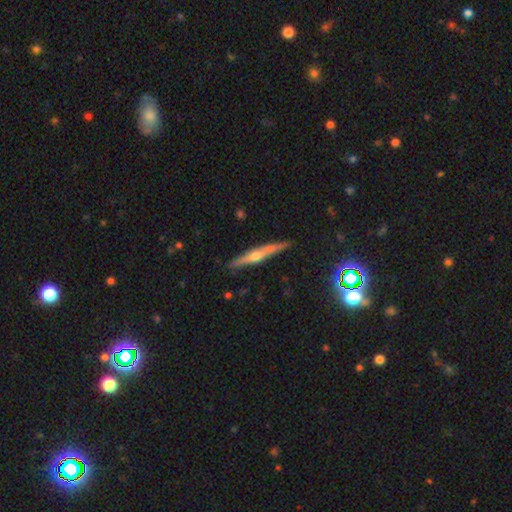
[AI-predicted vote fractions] Overall: featured or disk (72%). Edge-on disk: yes (97%). Edge-on bulge: rounded (87%). Merging: none (88%).